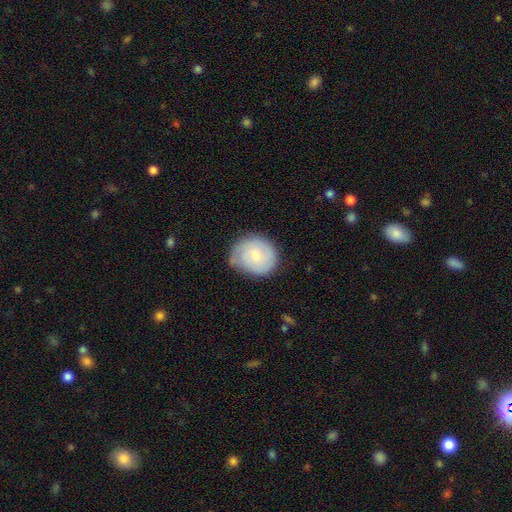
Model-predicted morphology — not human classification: A smooth galaxy with no disk features (60%) that is round (74%). Merging: none (62%).